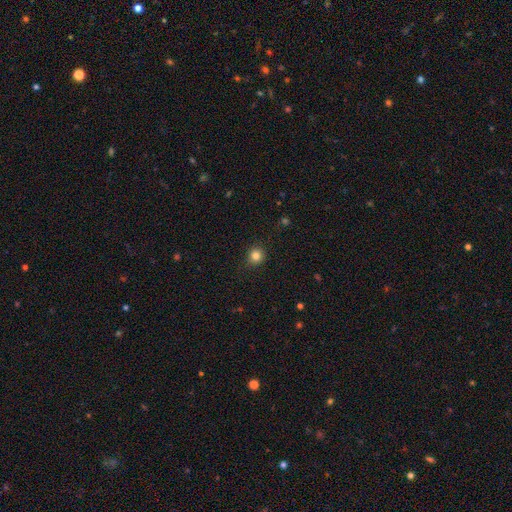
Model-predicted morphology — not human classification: The model was most divided on "smooth or featured": smooth: 82%, star or artifact: 13%, featured or disk: 5%. More confident: how rounded — round (89%); merging — none (89%).